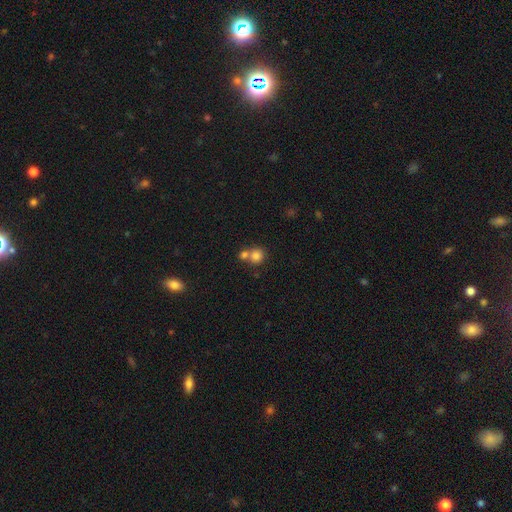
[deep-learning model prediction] smooth 80%, star or artifact 11%, featured or disk 9%. Down the decision tree: how rounded — round (86%); merging — merger (46%).